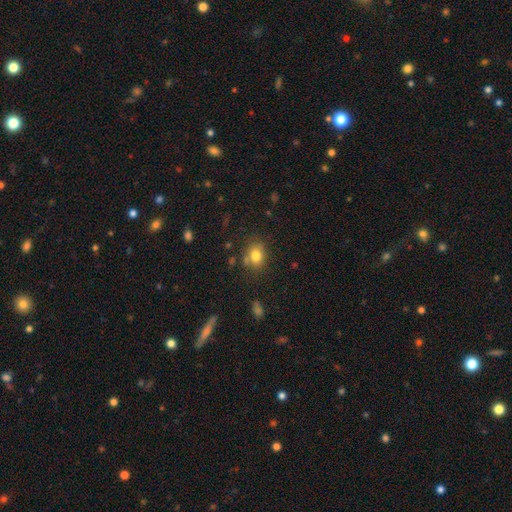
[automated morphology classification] Smooth or featured: smooth — 79% (star or artifact — 11%)
How rounded: in between — 55% (round — 43%)
Merging: none — 70% (minor disturbance — 18%)